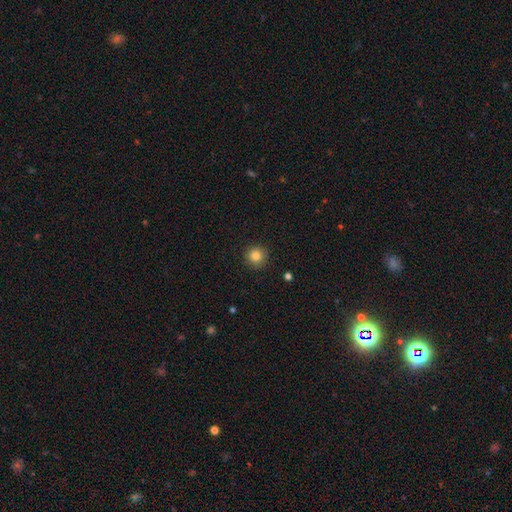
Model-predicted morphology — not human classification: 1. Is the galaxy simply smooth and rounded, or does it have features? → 83% smooth, 11% star or artifact, 6% featured or disk.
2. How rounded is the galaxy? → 95% round, 4% in between, 1% cigar-shaped.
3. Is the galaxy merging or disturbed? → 90% none, 7% minor disturbance, 2% major disturbance, 1% merger.